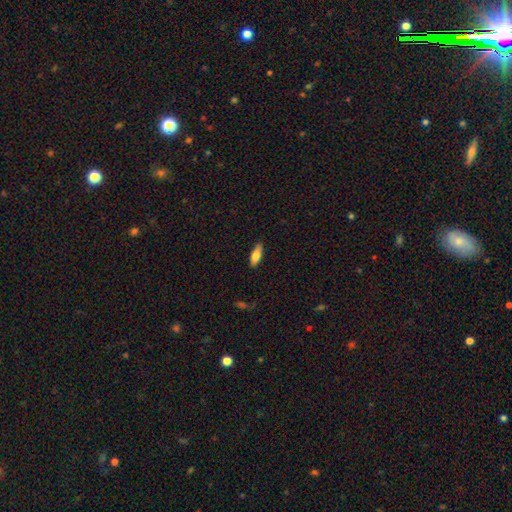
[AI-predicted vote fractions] smooth 80%, featured or disk 14%, star or artifact 6%. Down the decision tree: how rounded — in between (61%); merging — none (83%).